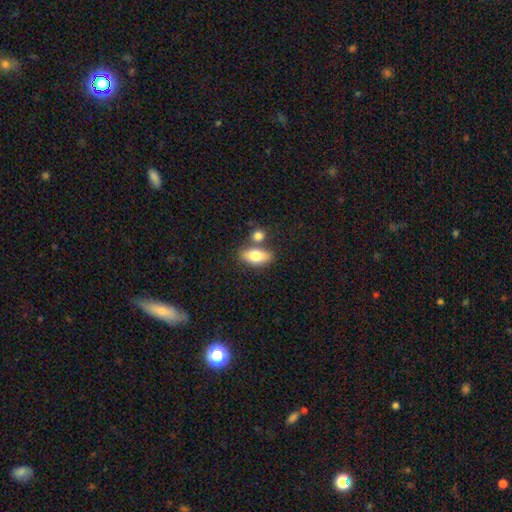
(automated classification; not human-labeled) A smooth galaxy with no disk features (75%) that is in between round and cigar-shaped (85%). Merging: none (61%).